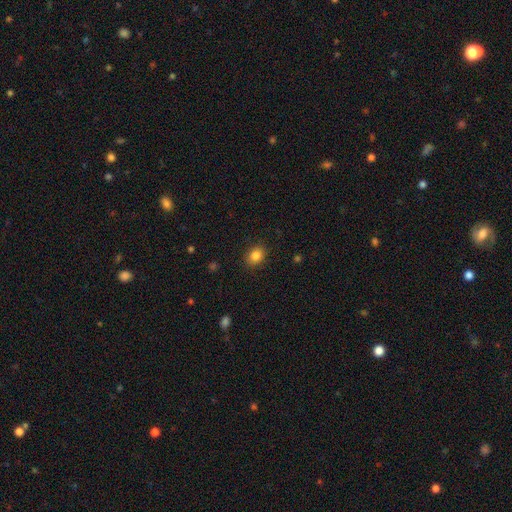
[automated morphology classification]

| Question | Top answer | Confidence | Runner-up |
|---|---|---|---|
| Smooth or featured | smooth | 85% | star or artifact (10%) |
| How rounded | in between | 52% | round (47%) |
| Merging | none | 88% | minor disturbance (9%) |